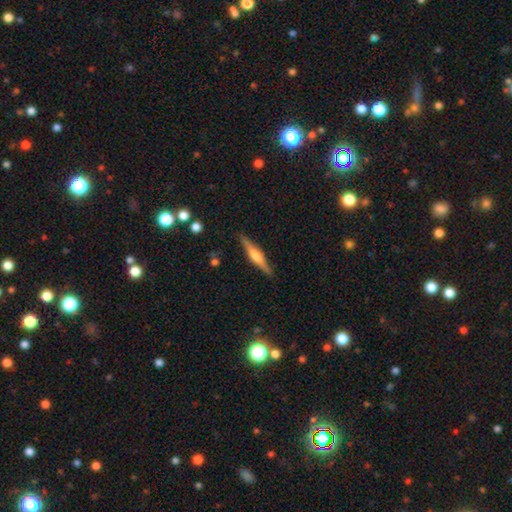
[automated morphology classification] smooth-or-featured: featured or disk: 62% | smooth: 32% | star or artifact: 6%
  disk-edge-on: yes: 97% | no: 3%
    edge-on-bulge: rounded: 76% | boxy: 16% | none: 7%
  merging: none: 88% | minor disturbance: 9% | major disturbance: 2% | merger: 1%